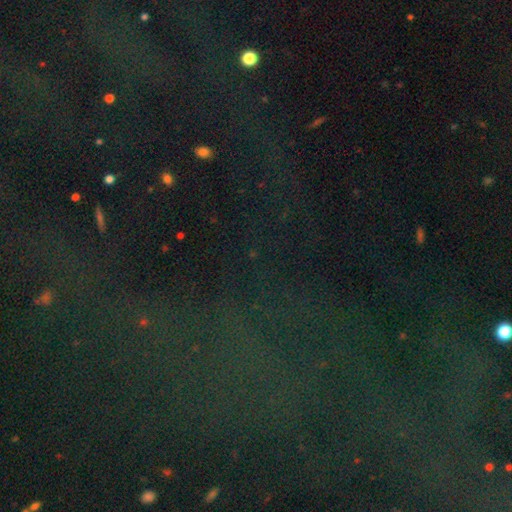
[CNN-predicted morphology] smooth_or_featured: star or artifact (p=0.78) [alt: smooth p=0.12]